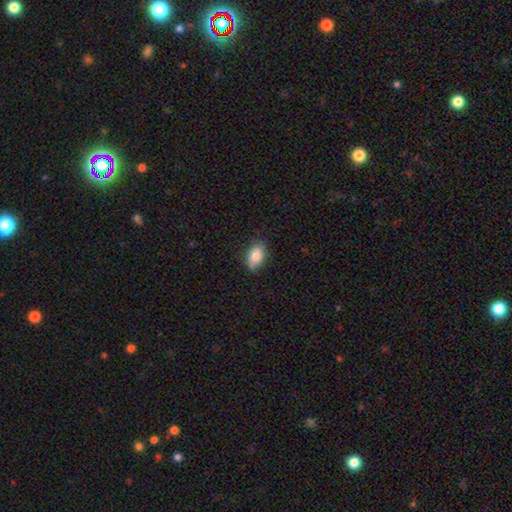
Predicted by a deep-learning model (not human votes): A smooth galaxy with no disk features (83%) that is in between round and cigar-shaped (90%).

Vote fractions:
- Smooth or featured? smooth: 83% / featured or disk: 9% / star or artifact: 7%
- How rounded? in between: 90% / round: 7% / cigar-shaped: 3%
- Merging? none: 84% / minor disturbance: 13% / major disturbance: 2% / merger: 1%